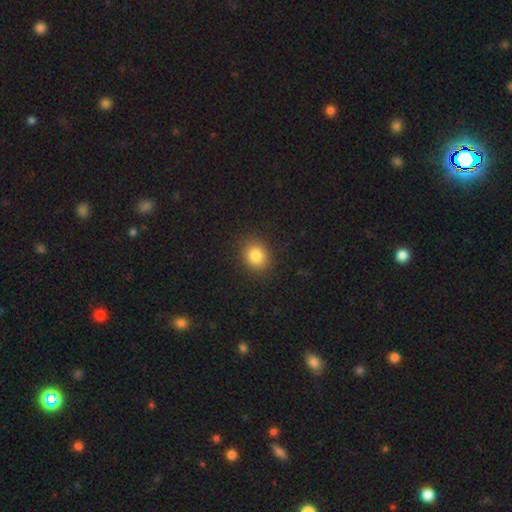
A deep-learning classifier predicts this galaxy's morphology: Smooth or featured? Predicted: smooth (p=0.84). How rounded? Predicted: round (p=0.66). Merging? Predicted: none (p=0.88).